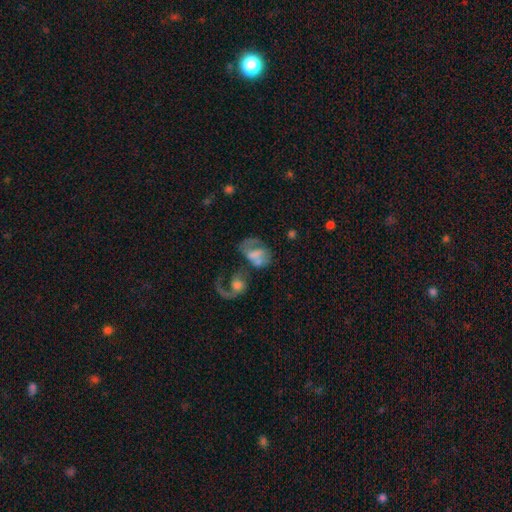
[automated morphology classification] Smooth or featured? Predicted: featured or disk (p=0.49). Merging? Predicted: merger (p=0.36).